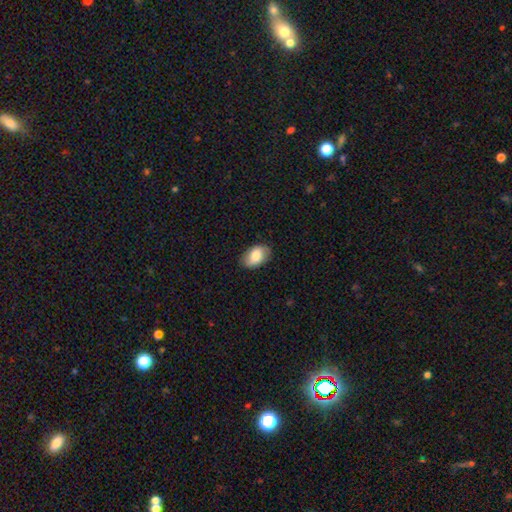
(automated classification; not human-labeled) smooth-or-featured: smooth: 77% | featured or disk: 16% | star or artifact: 6%
  how-rounded: in between: 92% | round: 7% | cigar-shaped: 1%
  merging: none: 84% | minor disturbance: 13% | major disturbance: 3% | merger: 1%